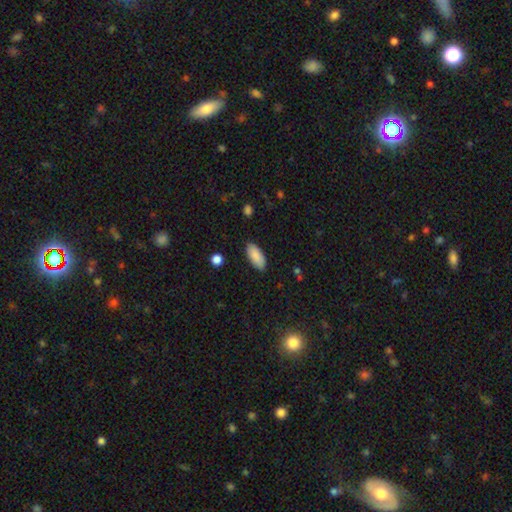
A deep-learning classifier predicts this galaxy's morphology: smooth-or-featured: smooth: 89% | star or artifact: 6% | featured or disk: 5%
  how-rounded: in between: 88% | cigar-shaped: 10% | round: 2%
  merging: none: 88% | minor disturbance: 9% | major disturbance: 2% | merger: 1%